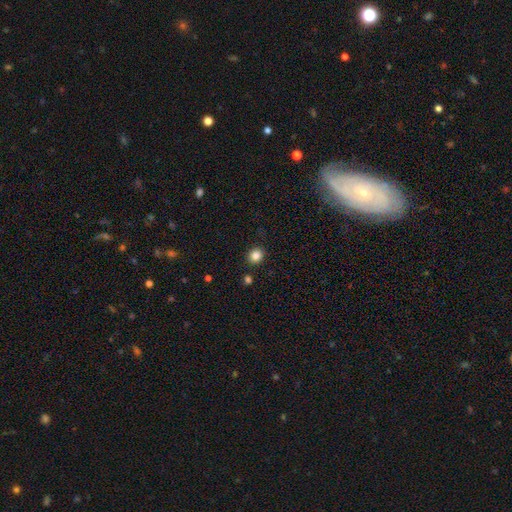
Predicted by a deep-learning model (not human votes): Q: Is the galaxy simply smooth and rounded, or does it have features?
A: smooth — 84%.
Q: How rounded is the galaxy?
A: round — 76%.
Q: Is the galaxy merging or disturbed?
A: none — 88%.